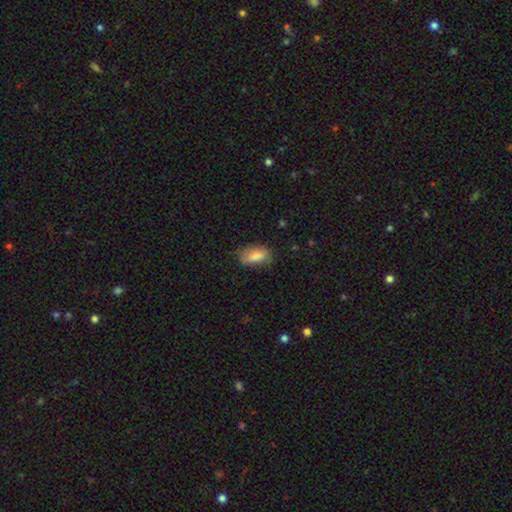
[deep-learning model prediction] smooth 81%, featured or disk 11%, star or artifact 7%. Down the decision tree: how rounded — in between (90%); merging — none (69%).